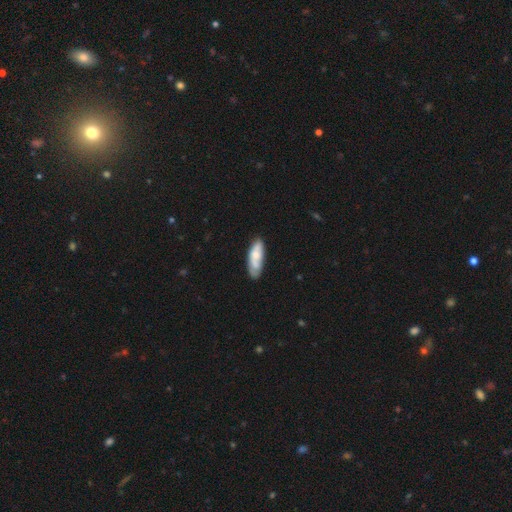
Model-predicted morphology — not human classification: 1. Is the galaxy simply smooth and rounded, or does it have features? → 61% smooth, 33% featured or disk, 6% star or artifact.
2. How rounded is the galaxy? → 64% in between, 34% cigar-shaped, 2% round.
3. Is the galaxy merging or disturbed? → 69% none, 23% minor disturbance, 5% major disturbance, 3% merger.